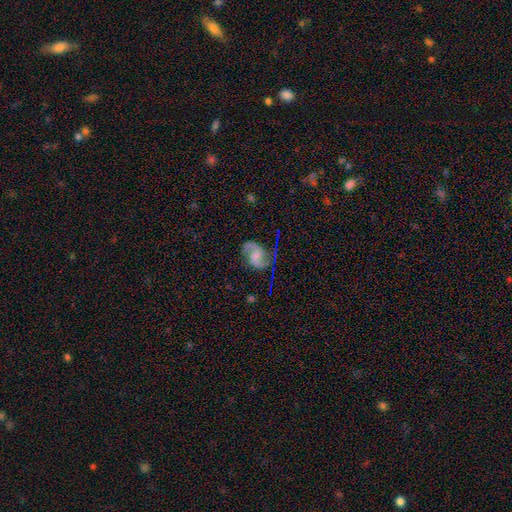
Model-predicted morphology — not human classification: Overall: featured or disk (84%). Edge-on disk: no (98%). Bar: no (45%; weak 44%). Spiral arms: yes (96%). Spiral arm count: 2 (92%). Spiral winding: medium (50%; loose 38%). Bulge size: none (37%; small 27%). Merging: none (72%).